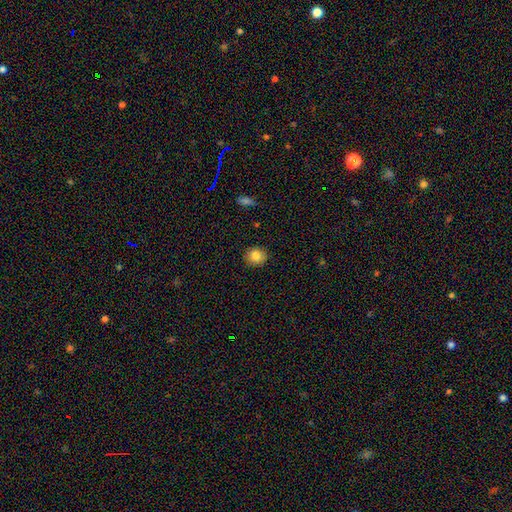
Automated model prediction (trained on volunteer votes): Smooth or featured: smooth — 83% (star or artifact — 10%)
How rounded: round — 78% (in between — 21%)
Merging: none — 89% (minor disturbance — 8%)